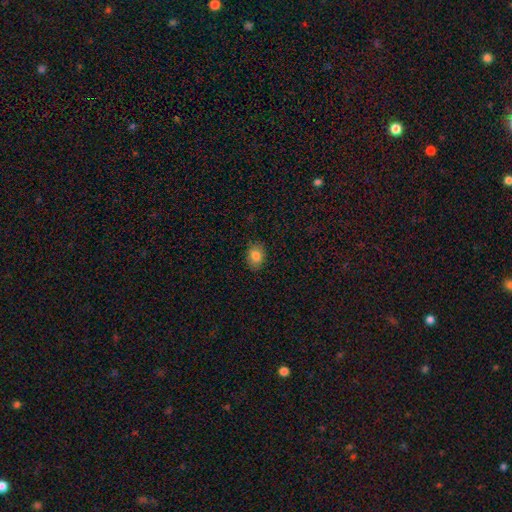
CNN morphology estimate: This is clearly a smooth galaxy (83%). How rounded: likely in between (69%). Merging: clearly none (85%).